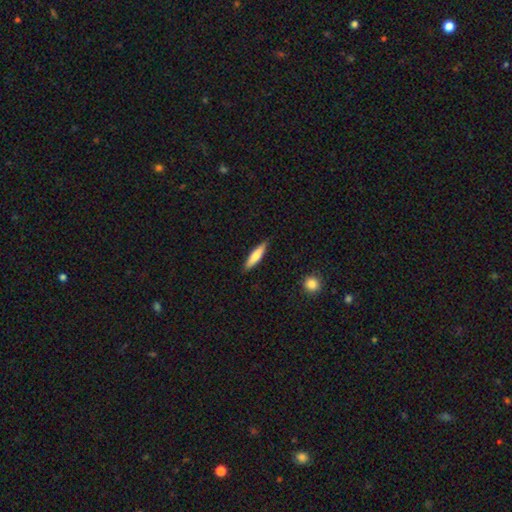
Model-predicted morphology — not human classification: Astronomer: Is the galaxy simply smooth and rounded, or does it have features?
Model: smooth — 70%.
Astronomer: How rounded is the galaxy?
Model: cigar-shaped — 79%.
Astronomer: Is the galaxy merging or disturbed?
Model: none — 88%.